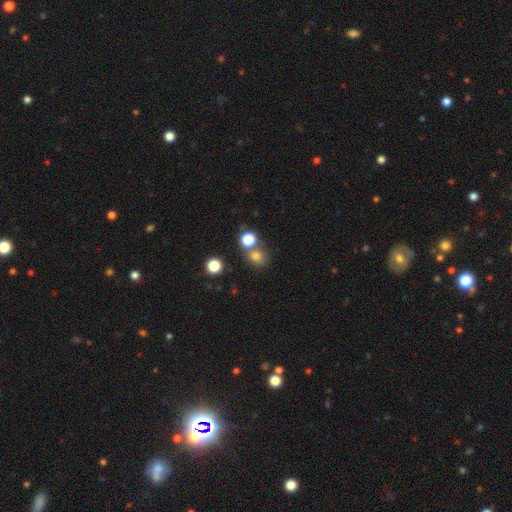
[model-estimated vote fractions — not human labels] smooth 75%, star or artifact 18%, featured or disk 7%. Down the decision tree: how rounded — round (76%); merging — none (60%).